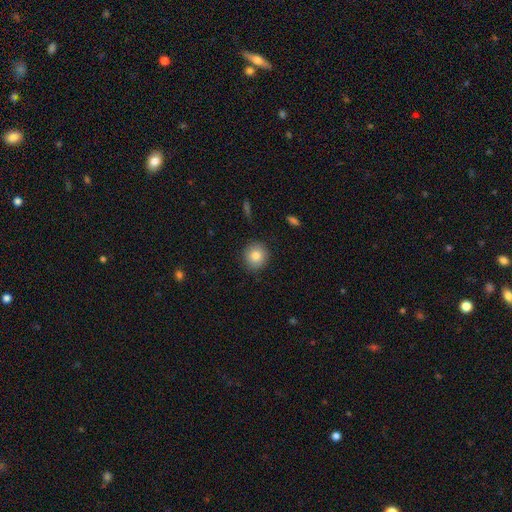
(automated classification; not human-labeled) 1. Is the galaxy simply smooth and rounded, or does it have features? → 83% smooth, 9% star or artifact, 8% featured or disk.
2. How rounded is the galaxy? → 88% round, 11% in between, 1% cigar-shaped.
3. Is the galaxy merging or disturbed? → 89% none, 8% minor disturbance, 2% major disturbance, 1% merger.